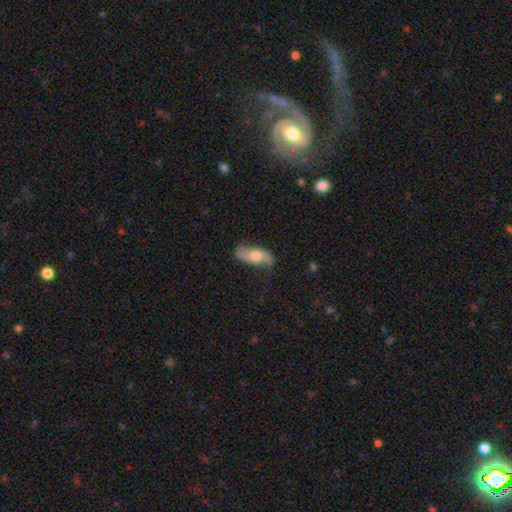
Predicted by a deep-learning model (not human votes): This is possibly a smooth galaxy (49%). Merging: likely none (64%).